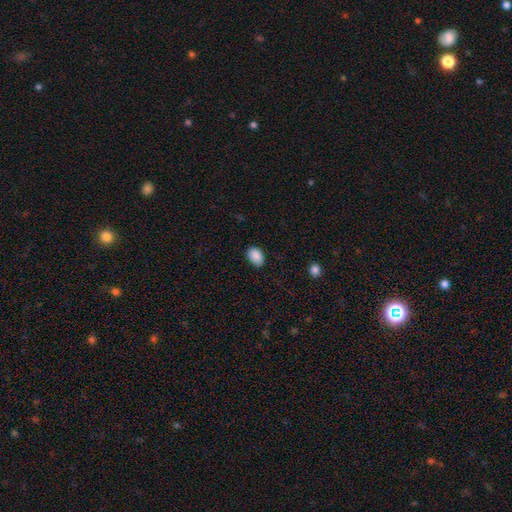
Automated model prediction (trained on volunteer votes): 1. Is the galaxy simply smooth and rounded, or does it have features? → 89% smooth, 7% star or artifact, 3% featured or disk.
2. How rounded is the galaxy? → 86% in between, 13% round, 1% cigar-shaped.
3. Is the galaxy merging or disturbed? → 84% none, 13% minor disturbance, 2% major disturbance, 1% merger.